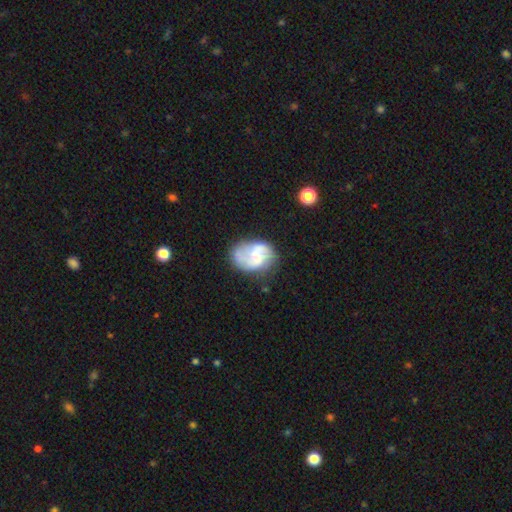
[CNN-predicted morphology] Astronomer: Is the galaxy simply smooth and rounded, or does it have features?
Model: featured or disk — 63%.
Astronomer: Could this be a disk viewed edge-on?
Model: no — 98%.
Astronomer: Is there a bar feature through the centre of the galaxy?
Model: weak — 44% (runner-up: no, 42%).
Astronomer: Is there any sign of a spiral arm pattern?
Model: yes — 81%.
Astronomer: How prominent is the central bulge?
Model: none — 40% (runner-up: small, 29%).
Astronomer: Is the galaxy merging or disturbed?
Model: none — 52%.